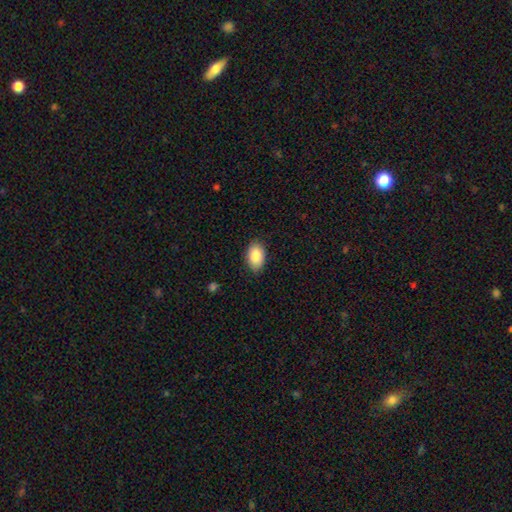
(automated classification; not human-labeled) This appears to be a smooth galaxy with no disk features (88%) that is in between round and cigar-shaped (92%). Merging: none (86%).